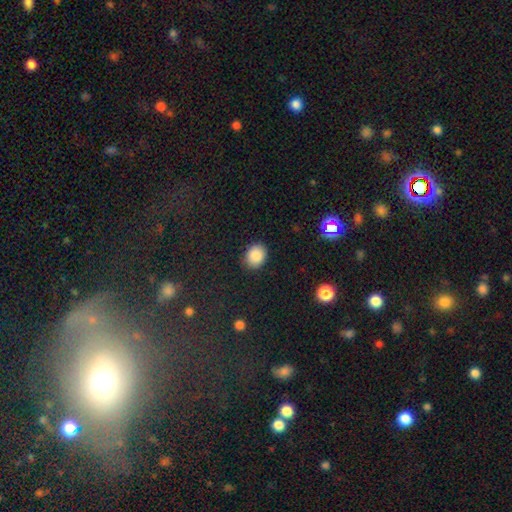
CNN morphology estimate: type=smooth (87%); roundness=in between (53%); merging=none (87%).